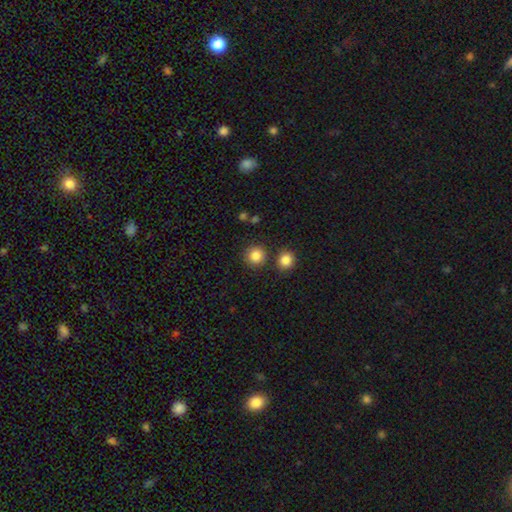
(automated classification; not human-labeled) Smooth or featured: smooth — 85% (star or artifact — 10%)
How rounded: round — 93% (in between — 6%)
Merging: none — 83% (merger — 8%)